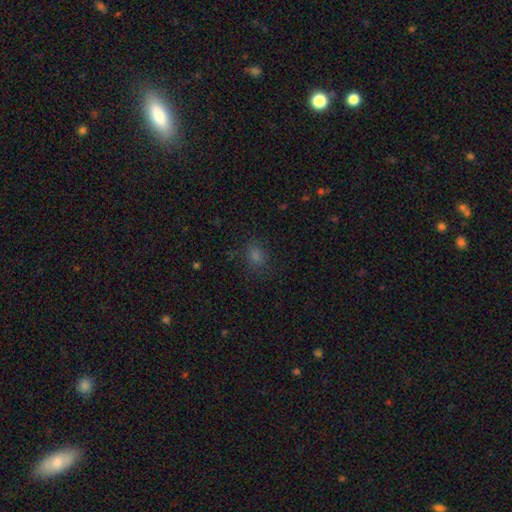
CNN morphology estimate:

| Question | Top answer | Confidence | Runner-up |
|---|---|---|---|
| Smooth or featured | smooth | 67% | star or artifact (26%) |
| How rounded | round | 56% | in between (43%) |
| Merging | none | 81% | minor disturbance (13%) |